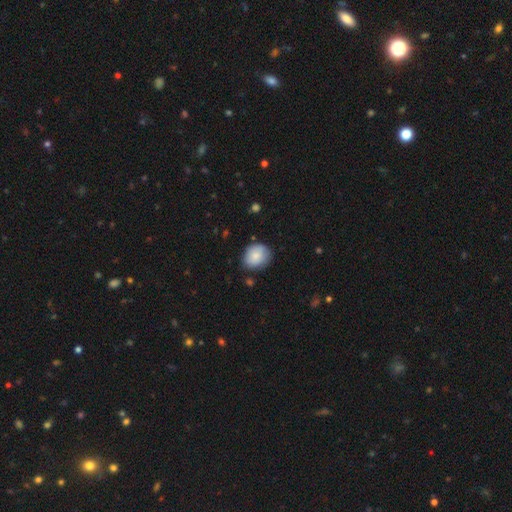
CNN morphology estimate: type=smooth (82%); roundness=round (58%); merging=none (73%).